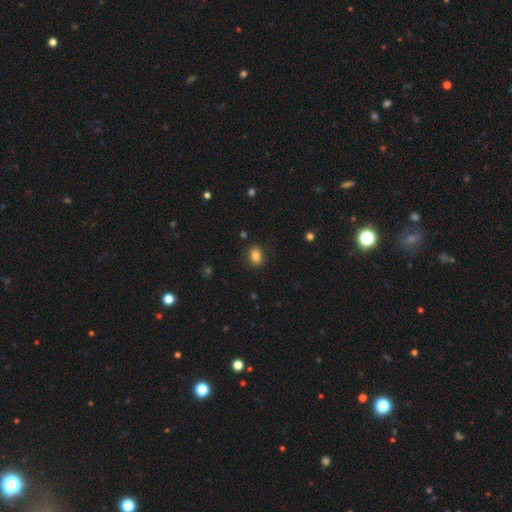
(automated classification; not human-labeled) Smooth or featured? smooth (85%)
How rounded? in between (66%)
Merging? none (87%)